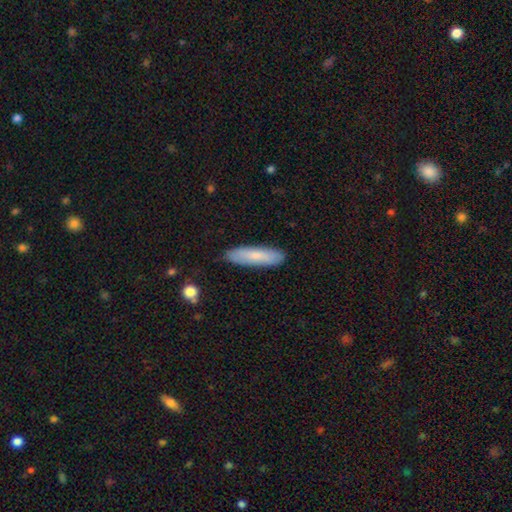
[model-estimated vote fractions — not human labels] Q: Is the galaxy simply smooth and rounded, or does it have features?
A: smooth — 79%.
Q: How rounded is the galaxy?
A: cigar-shaped — 74%.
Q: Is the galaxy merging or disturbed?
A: none — 87%.